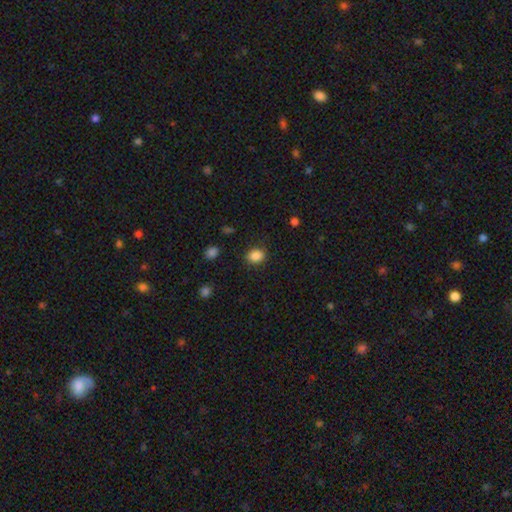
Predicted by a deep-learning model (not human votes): A smooth galaxy with no disk features (87%) that is round (52%).

Vote fractions:
- Smooth or featured? smooth: 87% / star or artifact: 10% / featured or disk: 4%
- How rounded? round: 52% / in between: 47% / cigar-shaped: 1%
- Merging? none: 85% / minor disturbance: 10% / major disturbance: 3% / merger: 1%